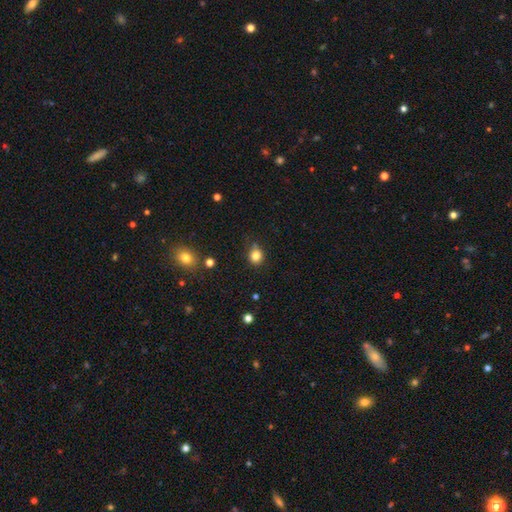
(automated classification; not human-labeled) Smooth or featured?
  - smooth: 82% *
  - star or artifact: 12%
  - featured or disk: 6%
How rounded?
  - round: 79% *
  - in between: 20%
  - cigar-shaped: 1%
Merging?
  - none: 73% *
  - minor disturbance: 20%
  - major disturbance: 4%
  - merger: 4%